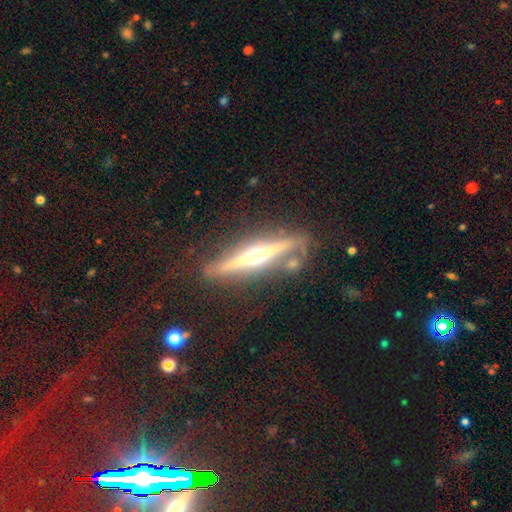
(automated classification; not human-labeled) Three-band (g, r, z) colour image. It shows a featured or disk galaxy (81%) viewed edge-on (96%) with a rounded central bulge (89%). Merging: none (77%).